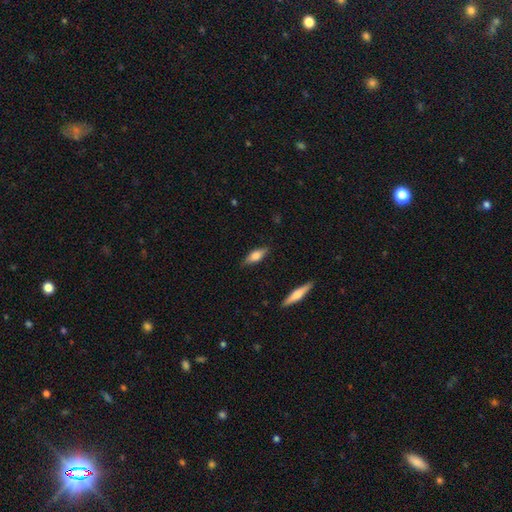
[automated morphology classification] smooth-or-featured: smooth: 53% | featured or disk: 40% | star or artifact: 7%
  how-rounded: in between: 56% | cigar-shaped: 41% | round: 3%
  merging: none: 85% | minor disturbance: 11% | major disturbance: 2% | merger: 1%